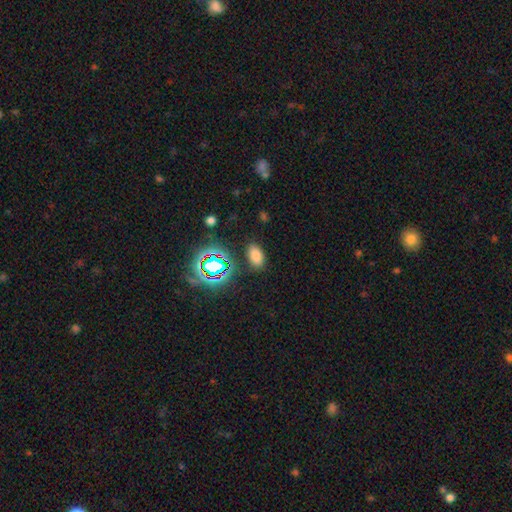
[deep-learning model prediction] smooth-or-featured: smooth: 71% | star or artifact: 22% | featured or disk: 6%
  how-rounded: in between: 90% | round: 7% | cigar-shaped: 2%
  merging: none: 85% | minor disturbance: 9% | major disturbance: 3% | merger: 2%